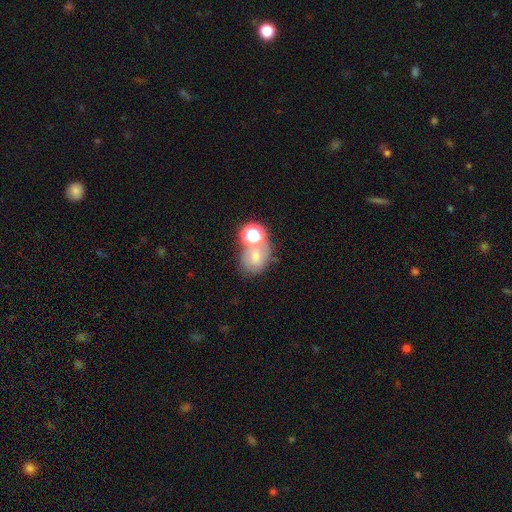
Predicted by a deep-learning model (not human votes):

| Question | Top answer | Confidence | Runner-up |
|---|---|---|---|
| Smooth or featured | smooth | 57% | featured or disk (25%) |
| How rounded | round | 51% | in between (48%) |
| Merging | none | 41% | merger (36%) |